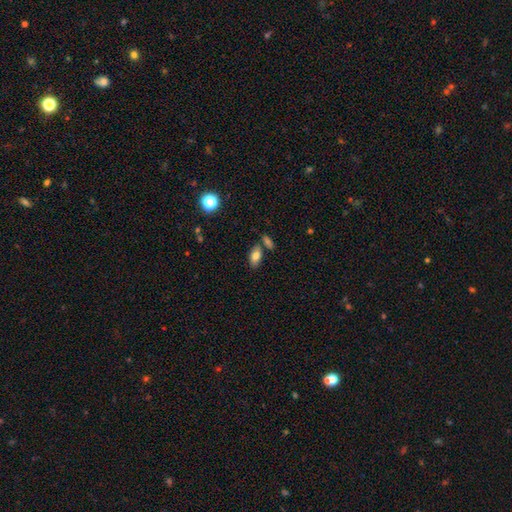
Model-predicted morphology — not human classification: smooth_or_featured: smooth (p=0.79) [alt: featured or disk p=0.12]
how_rounded: in between (p=0.90) [alt: cigar-shaped p=0.06]
merging: none (p=0.70) [alt: merger p=0.15]